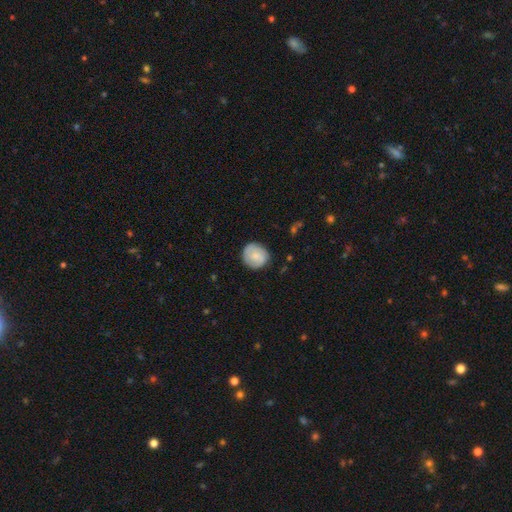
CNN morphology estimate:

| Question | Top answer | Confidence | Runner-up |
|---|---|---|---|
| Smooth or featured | smooth | 72% | featured or disk (22%) |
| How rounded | round | 87% | in between (12%) |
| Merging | none | 82% | minor disturbance (14%) |